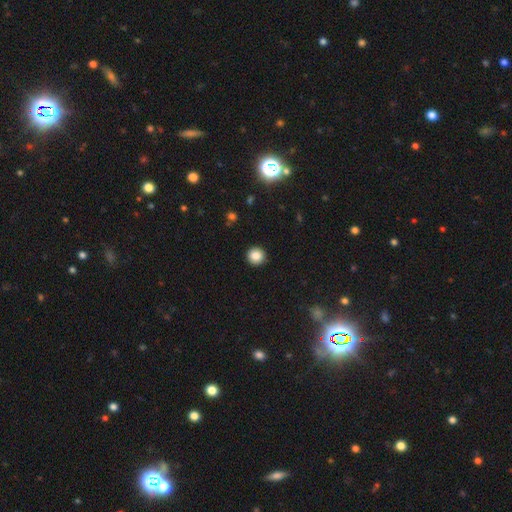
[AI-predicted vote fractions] Smooth or featured? Predicted: smooth (p=0.85). How rounded? Predicted: round (p=0.94). Merging? Predicted: none (p=0.93).